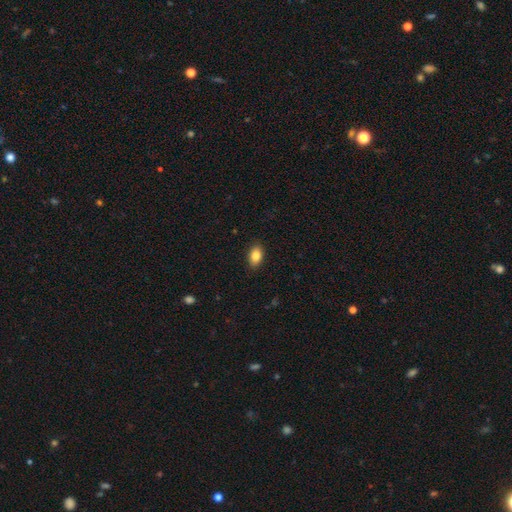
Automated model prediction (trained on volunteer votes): Smooth or featured?
  - smooth: 85% *
  - star or artifact: 8%
  - featured or disk: 8%
How rounded?
  - in between: 89% *
  - round: 8%
  - cigar-shaped: 3%
Merging?
  - none: 87% *
  - minor disturbance: 10%
  - major disturbance: 2%
  - merger: 1%